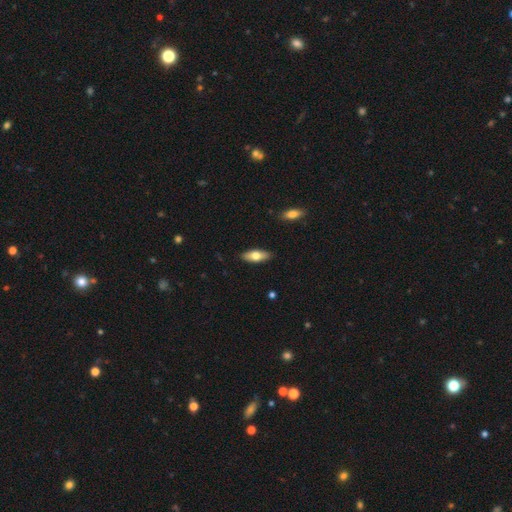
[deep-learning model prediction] Morphology: type=smooth (68%); roundness=in between (74%); merging=none (88%).